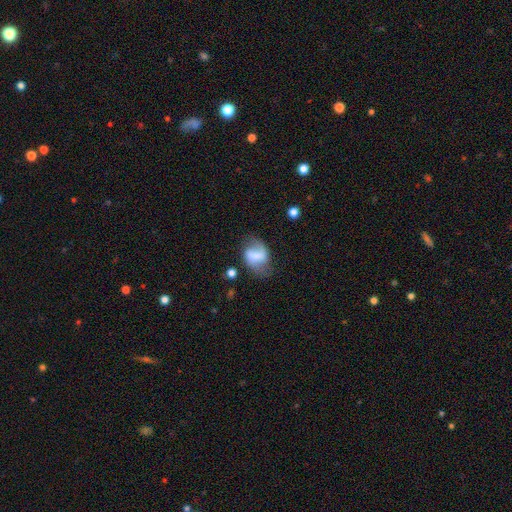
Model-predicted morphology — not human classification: type=featured or disk (53%); edge-on=no (96%); bar=weak (41%); spiral arms=yes (78%); bulge=none (33%); merging=none (56%).